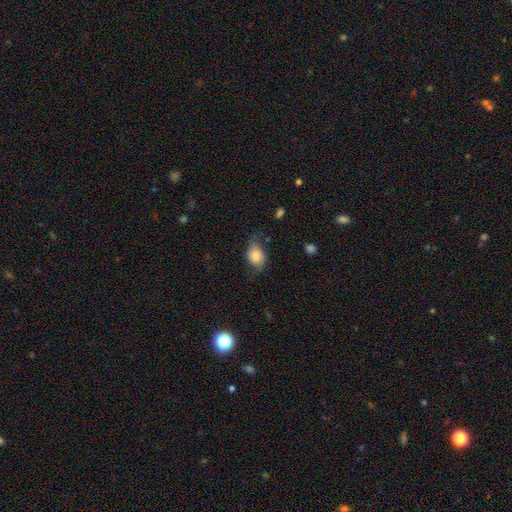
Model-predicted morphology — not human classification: smooth-or-featured: smooth: 78% | featured or disk: 14% | star or artifact: 8%
  how-rounded: in between: 74% | round: 24% | cigar-shaped: 2%
  merging: none: 56% | minor disturbance: 31% | major disturbance: 11% | merger: 2%